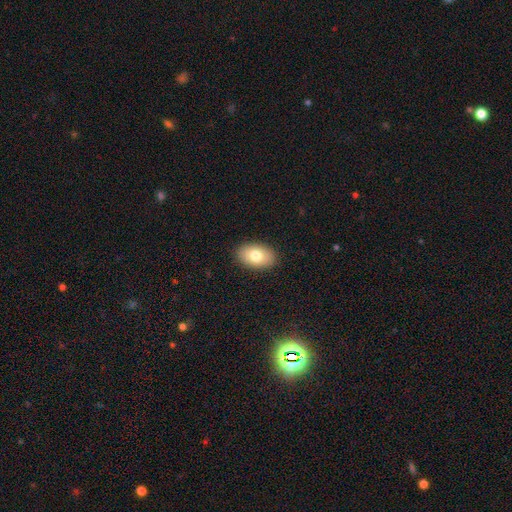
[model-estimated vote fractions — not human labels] smooth_or_featured: smooth (p=0.78) [alt: featured or disk p=0.15]
how_rounded: in between (p=0.90) [alt: round p=0.09]
merging: none (p=0.89) [alt: minor disturbance p=0.08]